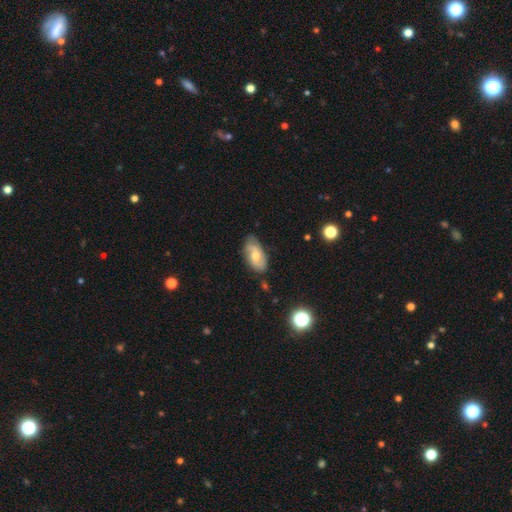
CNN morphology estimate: type=smooth (50%); merging=none (67%).